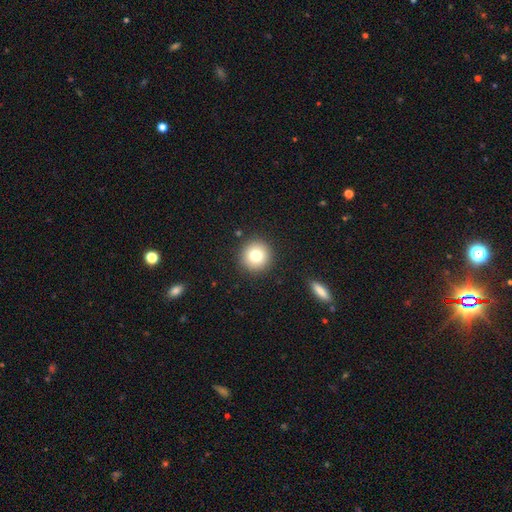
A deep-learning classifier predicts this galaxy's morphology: Overall: smooth (78%). How rounded: round (95%). Merging: none (90%).